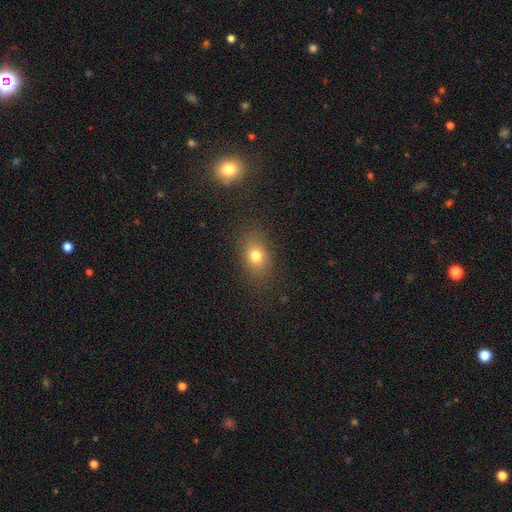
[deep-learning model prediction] smooth_or_featured: smooth (p=0.76) [alt: star or artifact p=0.13]
how_rounded: in between (p=0.66) [alt: round p=0.32]
merging: none (p=0.84) [alt: minor disturbance p=0.10]